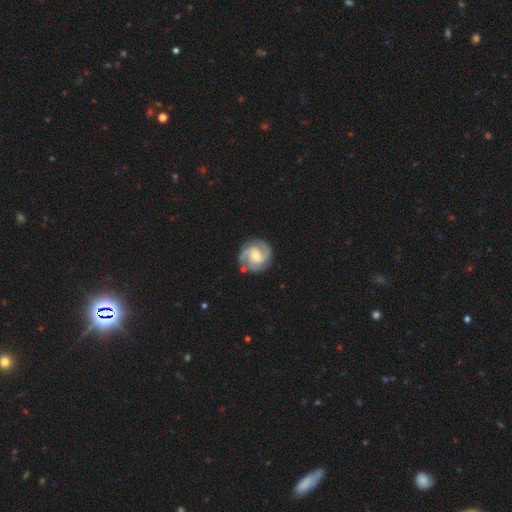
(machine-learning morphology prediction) This is clearly a featured or disk galaxy (86%). It is clearly not viewed edge-on (98%). Bar: possibly no (49%). Spiral arm pattern: clearly yes (97%). Spiral arm count: possibly 2 (54%). Spiral winding: possibly tight (46%). Central bulge: possibly moderate (48%). Merging: likely none (80%).